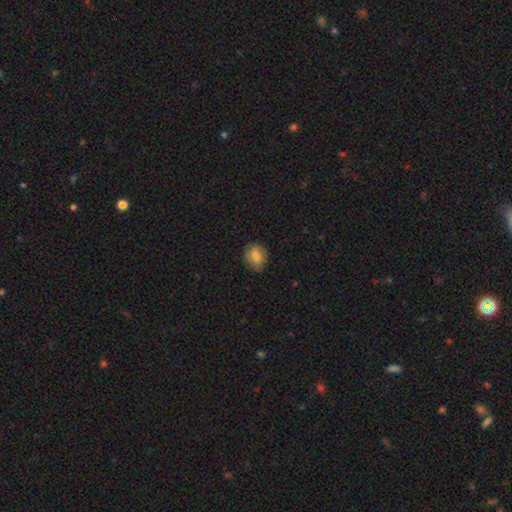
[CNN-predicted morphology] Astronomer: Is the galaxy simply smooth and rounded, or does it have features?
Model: smooth — 80%.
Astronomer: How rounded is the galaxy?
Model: round — 57% (runner-up: in between, 42%).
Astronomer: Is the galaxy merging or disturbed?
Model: none — 79%.